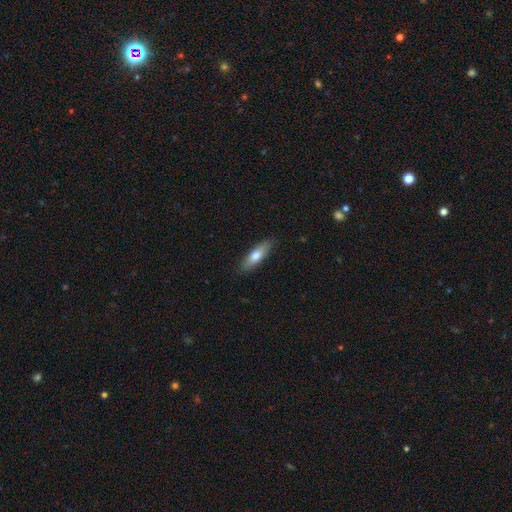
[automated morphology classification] Q: Smooth or featured?
A: smooth (72%); runner-up: featured or disk (22%)
Q: How rounded?
A: in between (49%); tied with: cigar-shaped (49%)
Q: Merging?
A: none (87%); runner-up: minor disturbance (10%)